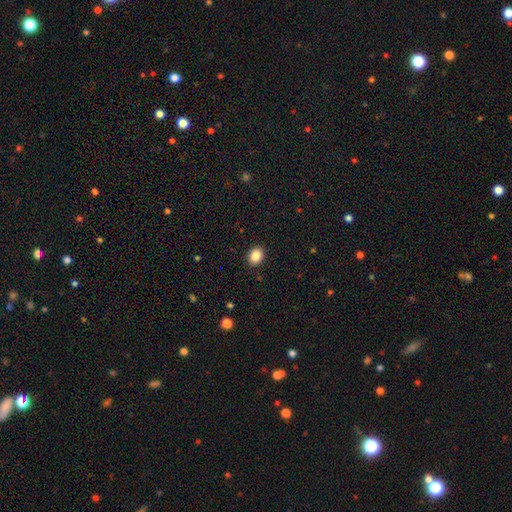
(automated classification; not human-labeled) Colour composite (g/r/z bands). It shows a smooth galaxy with no disk features (87%) that is in between round and cigar-shaped (55%). Merging: none (90%).